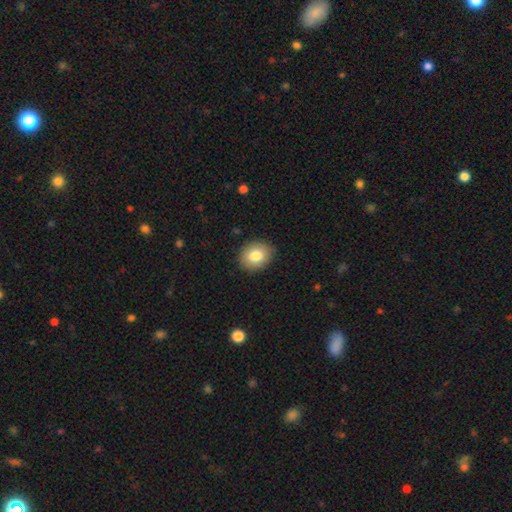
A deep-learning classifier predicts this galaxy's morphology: Overall: smooth (81%). How rounded: round (57%; in between 43%). Merging: none (87%).